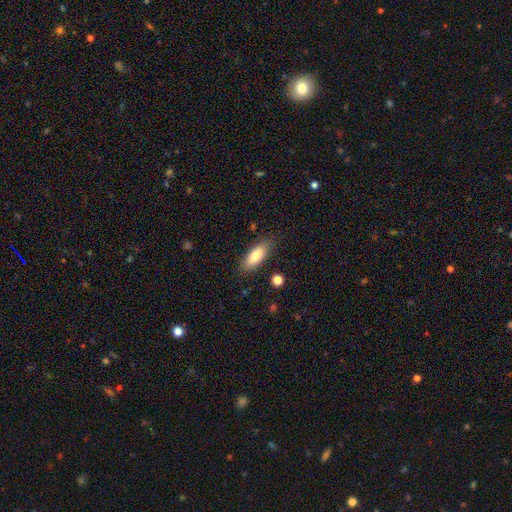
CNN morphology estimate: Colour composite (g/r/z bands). It shows a smooth galaxy with no disk features (80%) that is in between round and cigar-shaped (70%). Merging: none (83%).